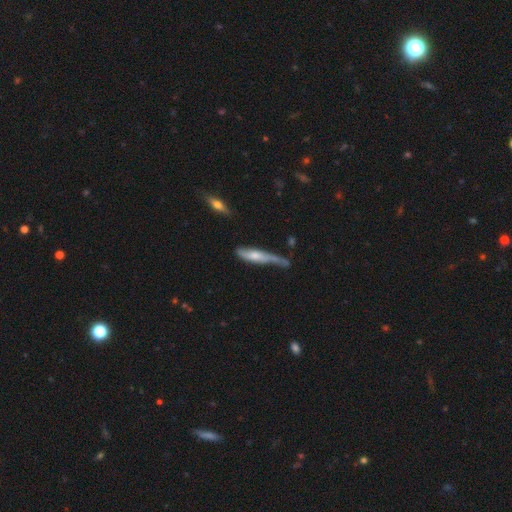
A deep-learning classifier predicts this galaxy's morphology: smooth 54%, featured or disk 40%, star or artifact 6%. Down the decision tree: how rounded — cigar-shaped (77%); merging — minor disturbance (32%).